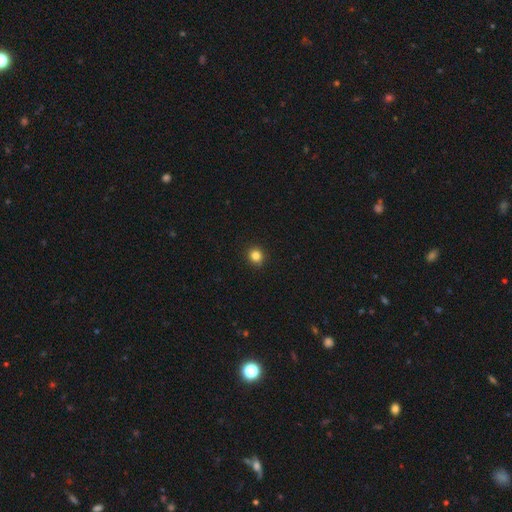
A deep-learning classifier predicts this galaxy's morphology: type=smooth (84%); roundness=round (89%); merging=none (91%).